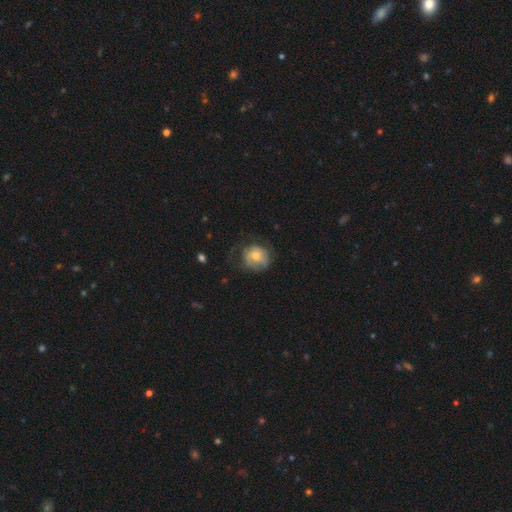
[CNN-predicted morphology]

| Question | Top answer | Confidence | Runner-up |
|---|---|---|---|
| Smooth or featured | smooth | 62% | featured or disk (30%) |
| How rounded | round | 76% | in between (23%) |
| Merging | none | 47% | minor disturbance (28%) |